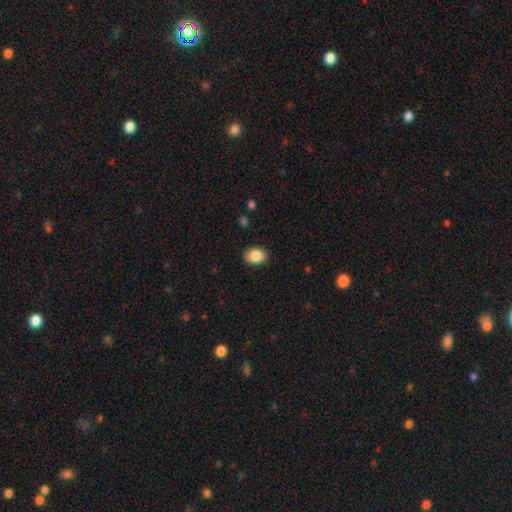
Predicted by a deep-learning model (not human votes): This appears to be a smooth galaxy with no disk features (87%) that is in between round and cigar-shaped (63%). Merging: none (88%).